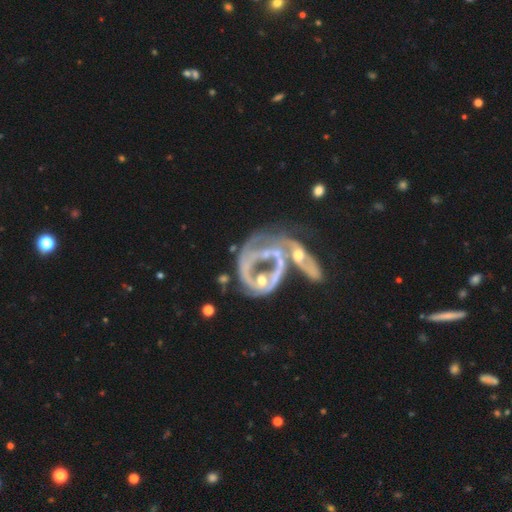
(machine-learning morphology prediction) This is likely a featured or disk galaxy (78%). It is clearly not viewed edge-on (97%). Bar: likely no (74%). Spiral arm pattern: possibly no (57%). Central bulge: marginally none (38%). Merging: possibly merger (54%).